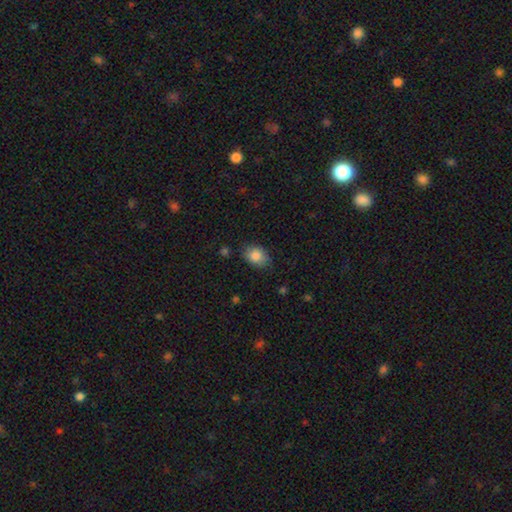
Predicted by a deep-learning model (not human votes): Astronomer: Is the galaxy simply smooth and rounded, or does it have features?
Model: smooth — 85%.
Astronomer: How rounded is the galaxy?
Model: in between — 69%.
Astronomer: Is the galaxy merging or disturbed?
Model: none — 76%.